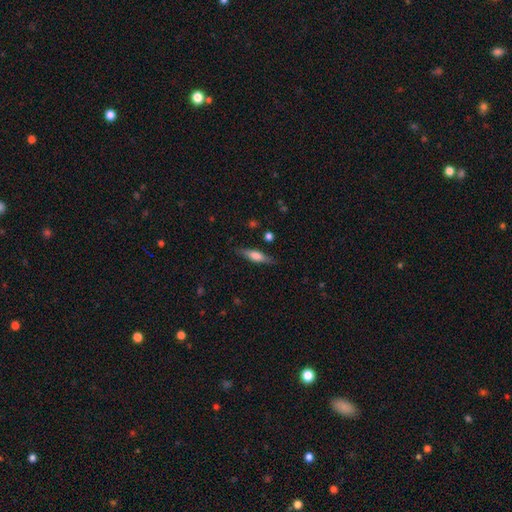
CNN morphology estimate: Smooth or featured? smooth (49%)
Merging? none (84%)